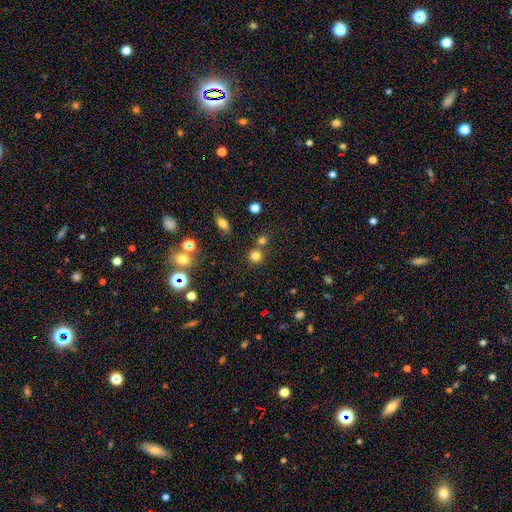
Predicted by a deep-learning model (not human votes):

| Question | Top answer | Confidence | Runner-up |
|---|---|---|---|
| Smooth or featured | smooth | 75% | star or artifact (18%) |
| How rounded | round | 89% | in between (9%) |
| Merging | none | 71% | merger (18%) |